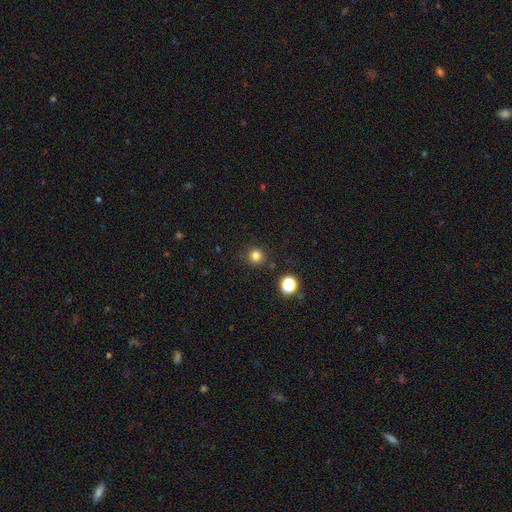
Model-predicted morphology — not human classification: Smooth or featured? smooth (81%)
How rounded? round (94%)
Merging? none (89%)